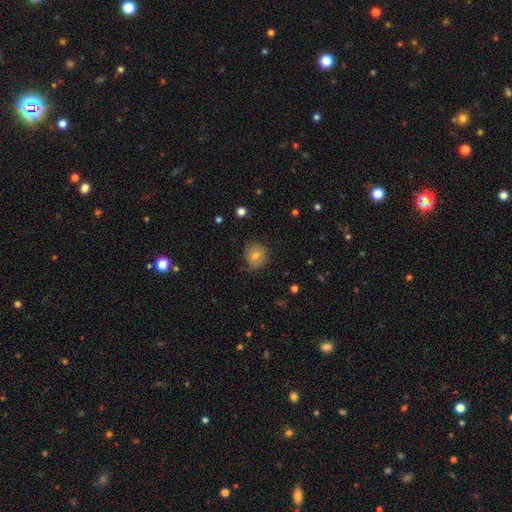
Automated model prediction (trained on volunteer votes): A smooth galaxy with no disk features (66%) that is round (81%). Merging: none (69%).